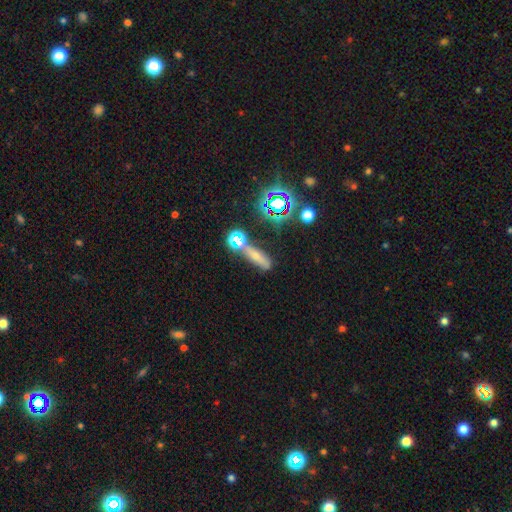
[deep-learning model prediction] smooth_or_featured: smooth (p=0.53) [alt: star or artifact p=0.28]
how_rounded: cigar-shaped (p=0.56) [alt: in between p=0.32]
merging: none (p=0.60) [alt: merger p=0.18]